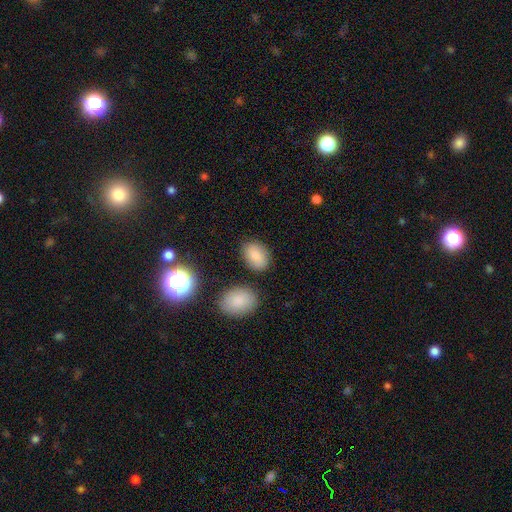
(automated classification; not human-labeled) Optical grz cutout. It shows a smooth galaxy with no disk features (83%) that is in between round and cigar-shaped (82%). Merging: none (79%).